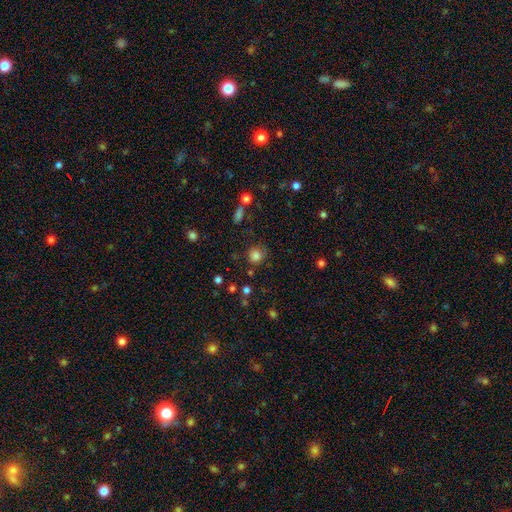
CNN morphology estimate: The model was most divided on "merging": none: 78%, minor disturbance: 13%, major disturbance: 5%, merger: 4%. More confident: how rounded — round (88%); smooth or featured — smooth (81%).